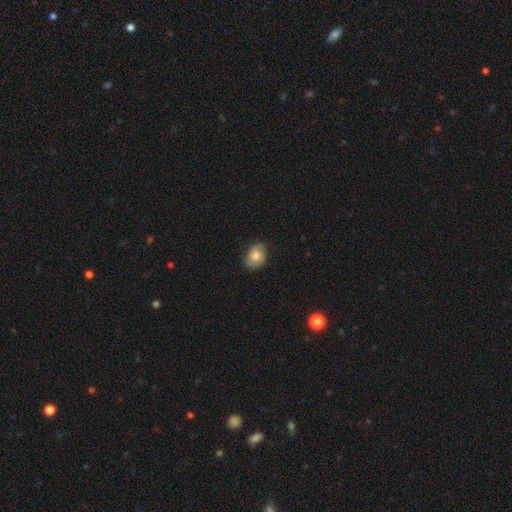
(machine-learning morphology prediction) smooth 76%, featured or disk 16%, star or artifact 8%. Down the decision tree: how rounded — in between (67%); merging — none (76%).